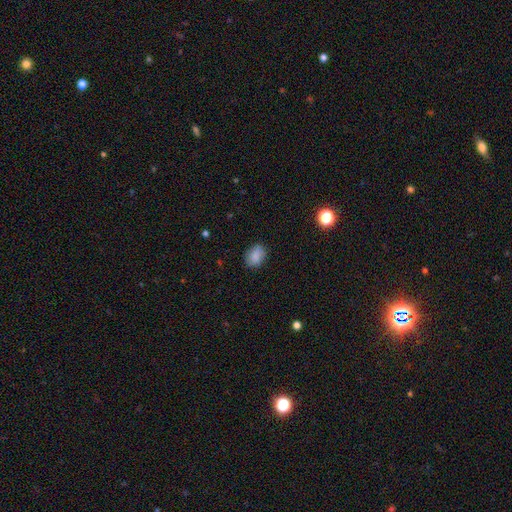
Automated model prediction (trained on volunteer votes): smooth 86%, star or artifact 8%, featured or disk 5%. Down the decision tree: how rounded — in between (76%); merging — none (83%).